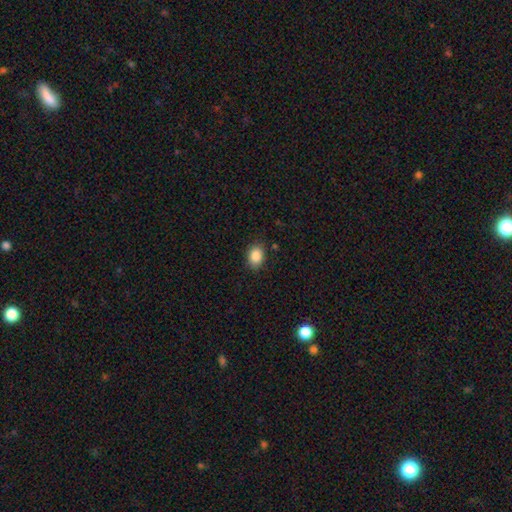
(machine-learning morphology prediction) Smooth or featured? Predicted: smooth (p=0.88). How rounded? Predicted: in between (p=0.72). Merging? Predicted: none (p=0.84).